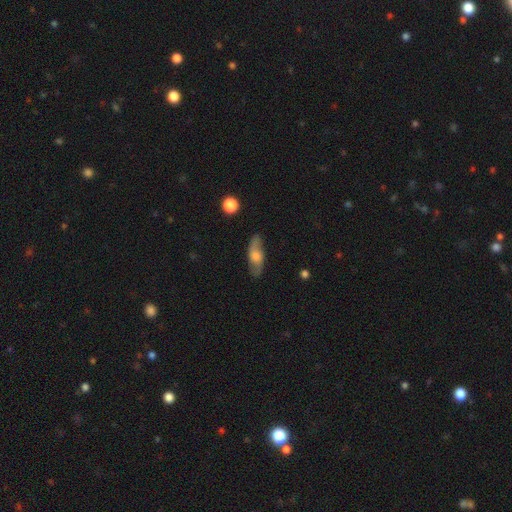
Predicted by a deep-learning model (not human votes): smooth-or-featured: smooth: 48% | featured or disk: 45% | star or artifact: 7%
  merging: none: 79% | minor disturbance: 16% | major disturbance: 4% | merger: 1%